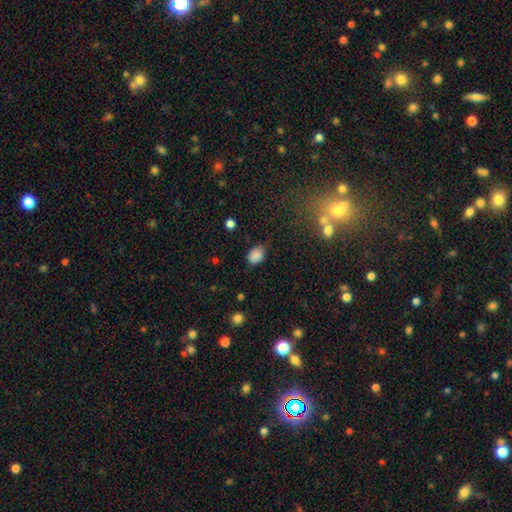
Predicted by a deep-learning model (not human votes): The model was most divided on "merging": none: 67%, minor disturbance: 27%, major disturbance: 5%, merger: 2%. More confident: smooth or featured — smooth (86%); how rounded — in between (75%).